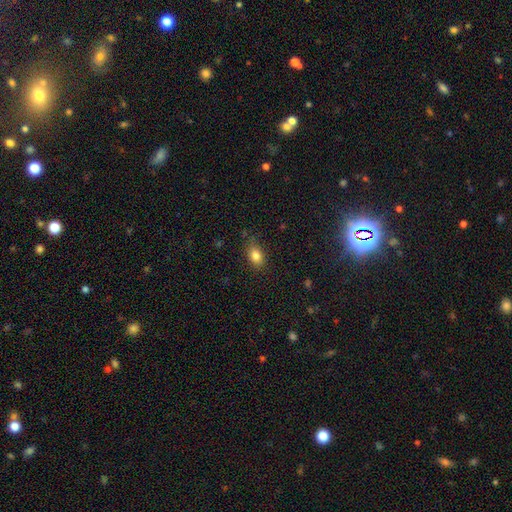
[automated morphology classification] Smooth or featured? smooth (84%)
How rounded? in between (79%)
Merging? none (78%)